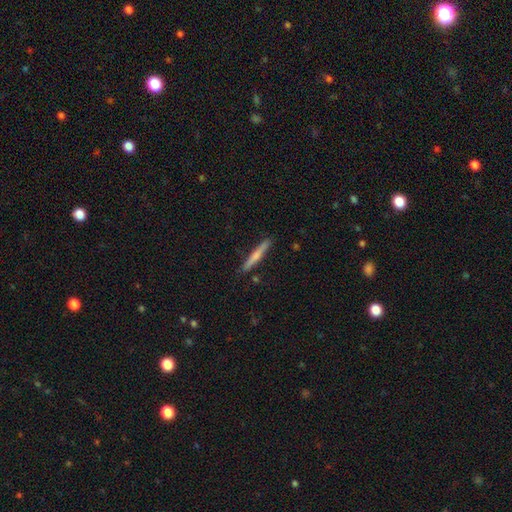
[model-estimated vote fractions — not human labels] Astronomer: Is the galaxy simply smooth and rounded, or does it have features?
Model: smooth — 56% (runner-up: featured or disk, 38%).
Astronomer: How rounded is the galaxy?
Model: cigar-shaped — 96%.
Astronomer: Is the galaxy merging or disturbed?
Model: none — 89%.